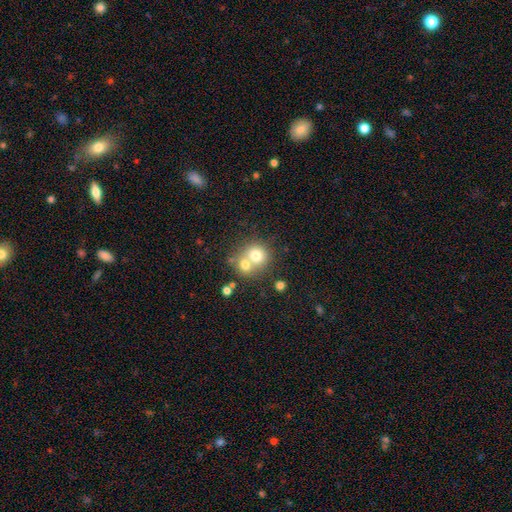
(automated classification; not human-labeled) Q: Smooth or featured?
A: smooth (72%); runner-up: featured or disk (17%)
Q: How rounded?
A: round (83%); runner-up: in between (16%)
Q: Merging?
A: merger (55%); runner-up: none (37%)